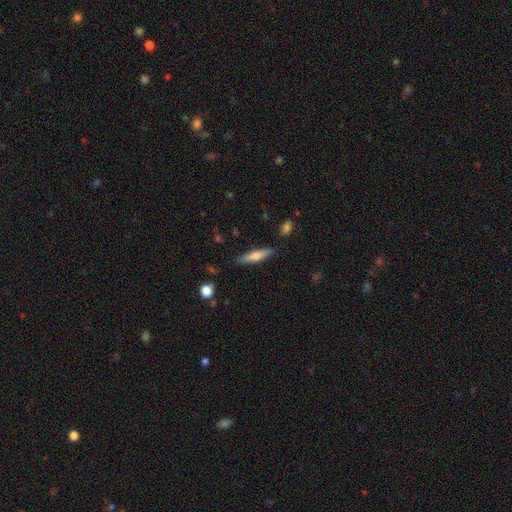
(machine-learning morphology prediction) smooth 65%, featured or disk 29%, star or artifact 6%. Down the decision tree: how rounded — cigar-shaped (84%); merging — none (86%).